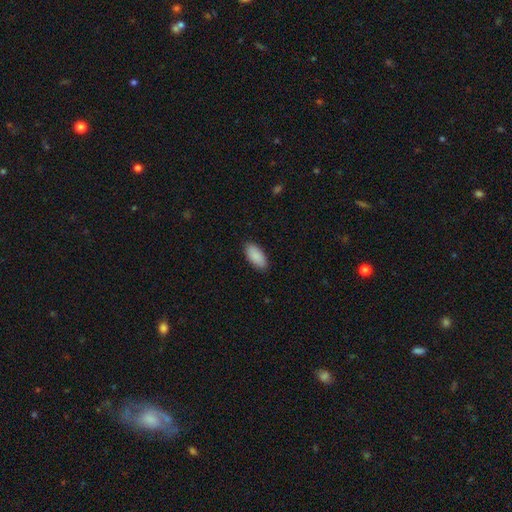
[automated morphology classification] This appears to be a smooth galaxy with no disk features (91%) that is in between round and cigar-shaped (91%). Merging: none (88%).